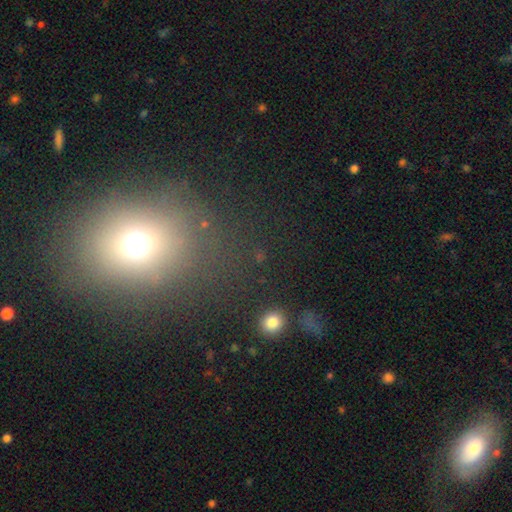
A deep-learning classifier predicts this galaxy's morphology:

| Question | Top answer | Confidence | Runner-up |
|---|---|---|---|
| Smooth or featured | smooth | 56% | star or artifact (31%) |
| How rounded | round | 64% | in between (34%) |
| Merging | none | 75% | minor disturbance (13%) |